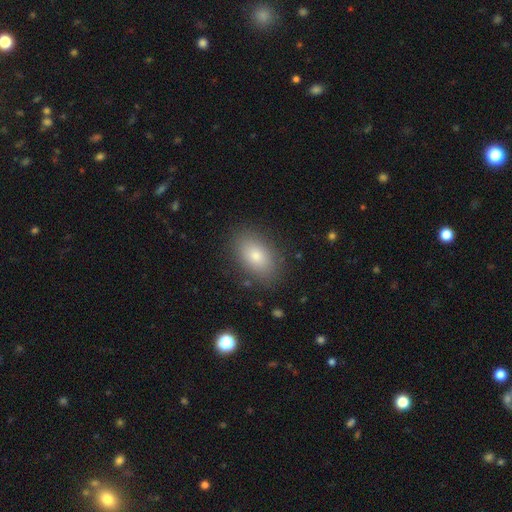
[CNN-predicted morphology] This is likely a smooth galaxy (78%). How rounded: clearly in between (88%). Merging: clearly none (85%).